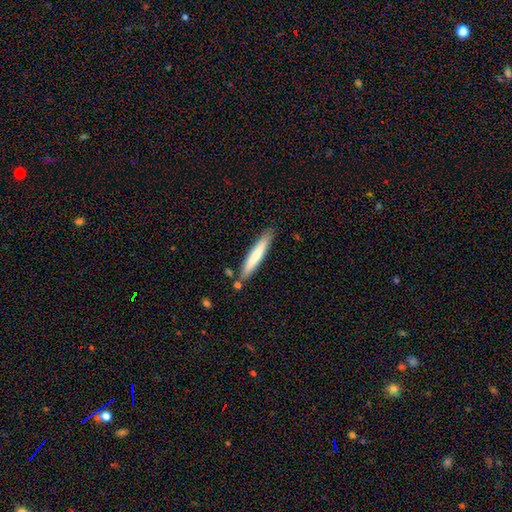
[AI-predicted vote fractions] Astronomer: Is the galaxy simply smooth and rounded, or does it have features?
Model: smooth — 70%.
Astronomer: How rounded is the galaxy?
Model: cigar-shaped — 93%.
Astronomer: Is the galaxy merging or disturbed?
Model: none — 83%.